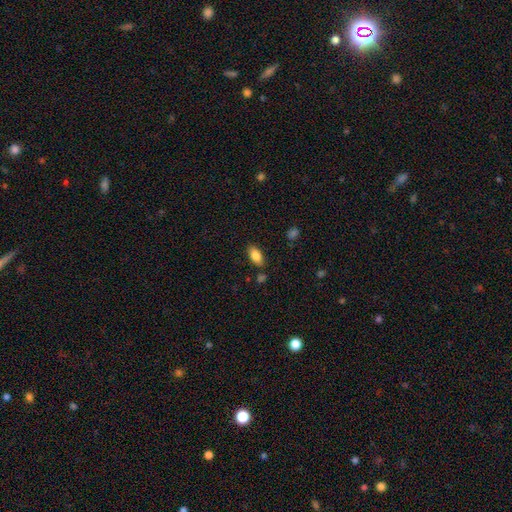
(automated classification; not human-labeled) The model was most divided on "merging": none: 84%, minor disturbance: 11%, merger: 3%, major disturbance: 3%. More confident: how rounded — in between (90%); smooth or featured — smooth (84%).